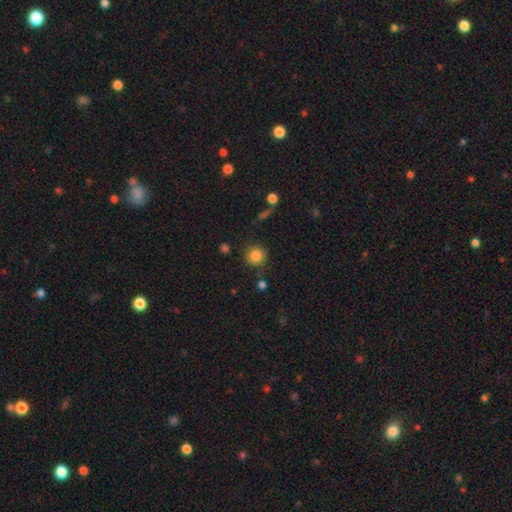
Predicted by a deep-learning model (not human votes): smooth 85%, star or artifact 10%, featured or disk 6%. Down the decision tree: how rounded — round (91%); merging — none (82%).